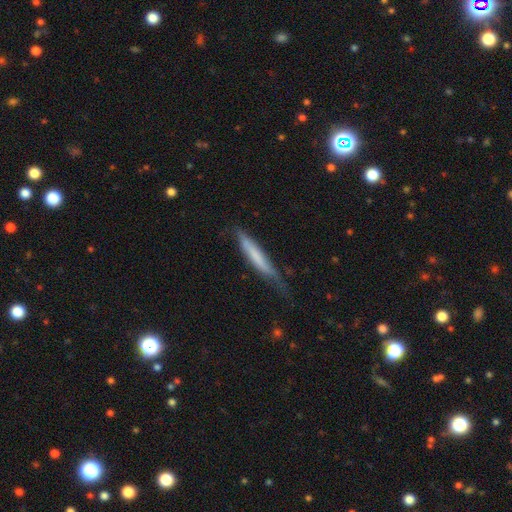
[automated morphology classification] Smooth or featured: smooth — 60% (featured or disk — 34%)
How rounded: cigar-shaped — 92% (in between — 6%)
Merging: none — 52% (minor disturbance — 34%)